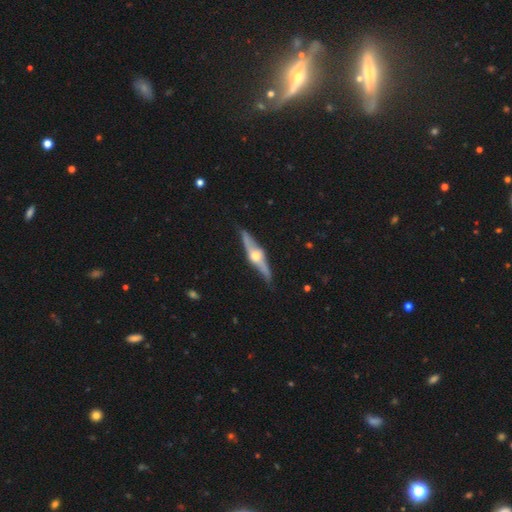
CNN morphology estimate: type=featured or disk (77%); edge-on=yes (93%); edge-on bulge=rounded (94%); merging=none (84%).